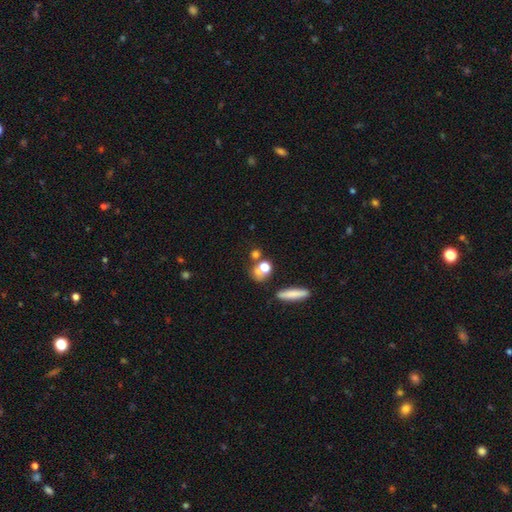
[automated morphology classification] A smooth galaxy with no disk features (57%) that is round (64%).

Vote fractions:
- Smooth or featured? smooth: 57% / star or artifact: 25% / featured or disk: 18%
- How rounded? round: 64% / in between: 25% / cigar-shaped: 11%
- Merging? none: 66% / merger: 18% / minor disturbance: 10% / major disturbance: 5%